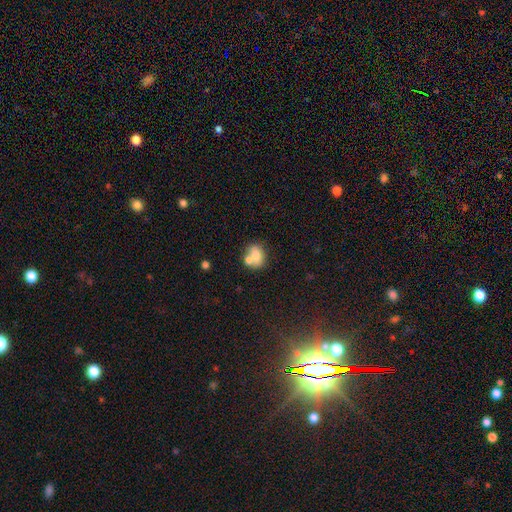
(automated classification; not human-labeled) Overall: smooth (70%). How rounded: in between (51%; round 48%). Merging: merger (42%, tied with none).